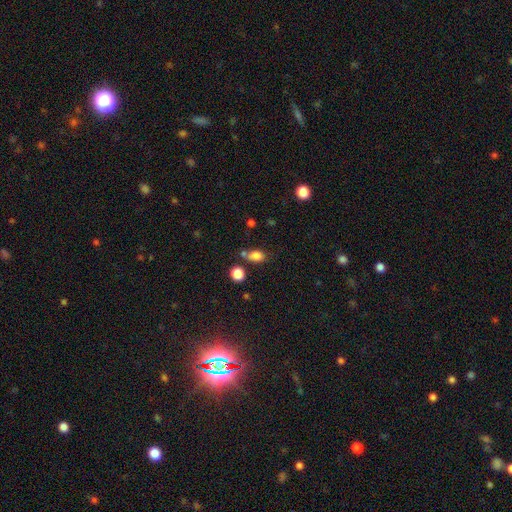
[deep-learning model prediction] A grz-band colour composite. It shows a smooth galaxy with no disk features (81%) that is in between round and cigar-shaped (77%). Merging: none (56%).